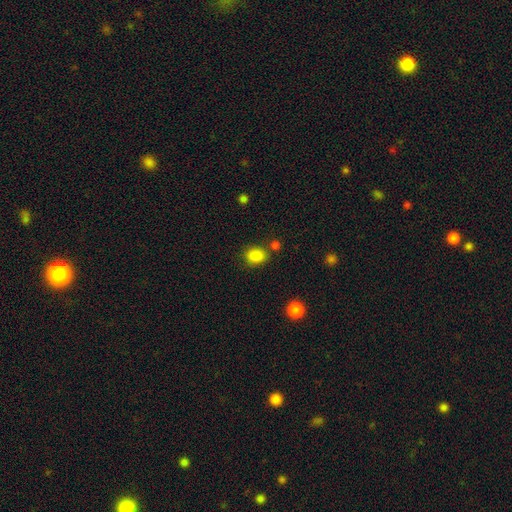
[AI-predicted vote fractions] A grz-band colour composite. It shows a smooth galaxy with no disk features (86%) that is in between round and cigar-shaped (58%). Merging: none (75%).